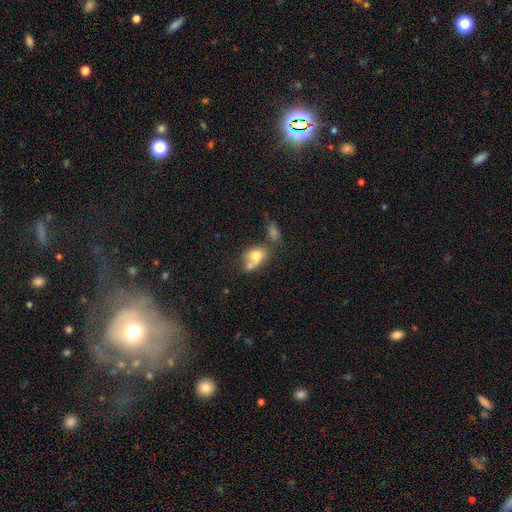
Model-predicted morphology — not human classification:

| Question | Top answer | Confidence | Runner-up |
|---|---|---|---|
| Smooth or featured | smooth | 70% | featured or disk (20%) |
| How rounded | in between | 63% | round (35%) |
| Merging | merger | 54% | none (24%) |